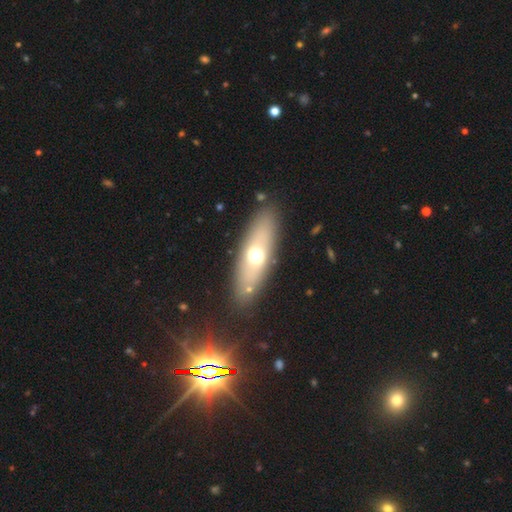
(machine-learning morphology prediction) Smooth or featured? smooth (58%)
How rounded? in between (57%)
Merging? none (85%)